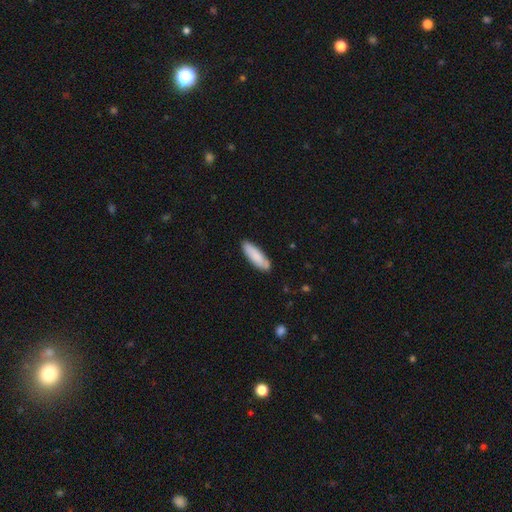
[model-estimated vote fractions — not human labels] This appears to be a smooth galaxy with no disk features (84%) that is cigar-shaped (50%). Merging: none (84%).